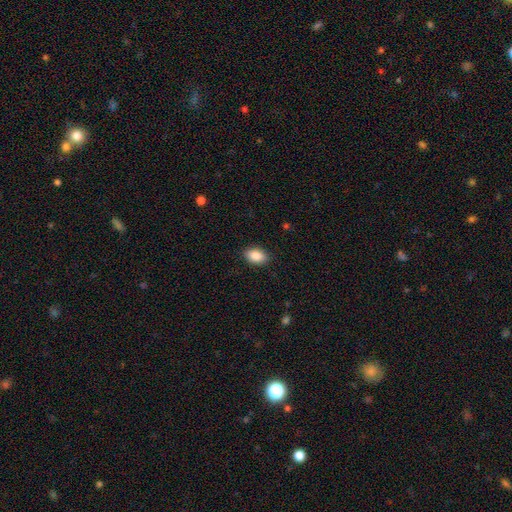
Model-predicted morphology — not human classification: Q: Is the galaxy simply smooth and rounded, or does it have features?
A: smooth — 87%.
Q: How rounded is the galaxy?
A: in between — 89%.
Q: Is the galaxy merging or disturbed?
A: none — 88%.